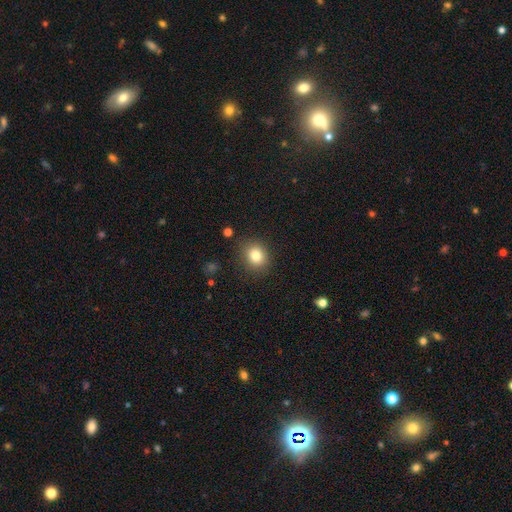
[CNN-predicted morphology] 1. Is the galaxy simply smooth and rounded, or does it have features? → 82% smooth, 11% star or artifact, 7% featured or disk.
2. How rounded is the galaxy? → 69% round, 30% in between, 1% cigar-shaped.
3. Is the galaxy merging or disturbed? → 85% none, 10% minor disturbance, 3% major disturbance, 2% merger.